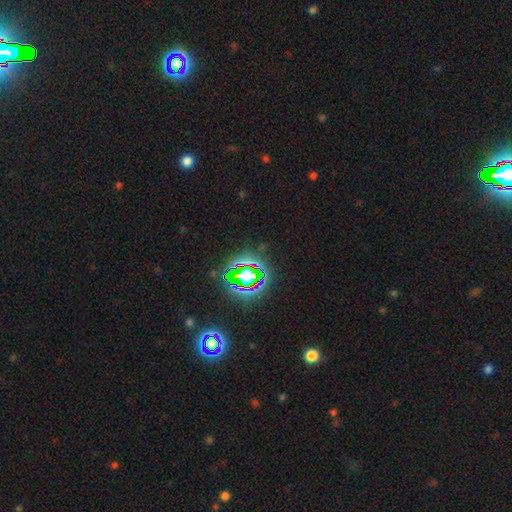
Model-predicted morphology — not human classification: Smooth or featured? star or artifact (79%)